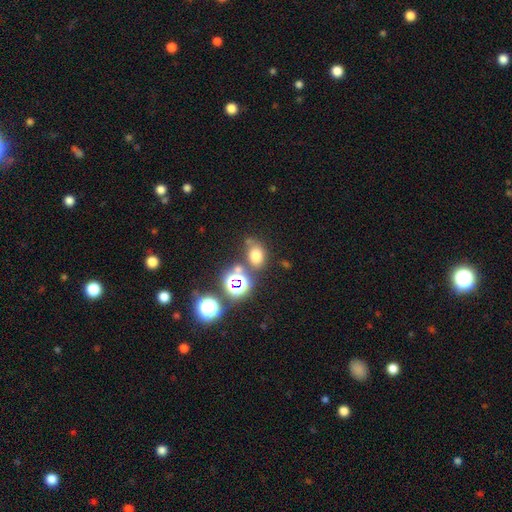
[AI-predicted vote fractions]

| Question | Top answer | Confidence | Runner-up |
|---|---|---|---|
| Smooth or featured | smooth | 67% | star or artifact (23%) |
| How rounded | in between | 56% | round (43%) |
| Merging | none | 64% | minor disturbance (15%) |